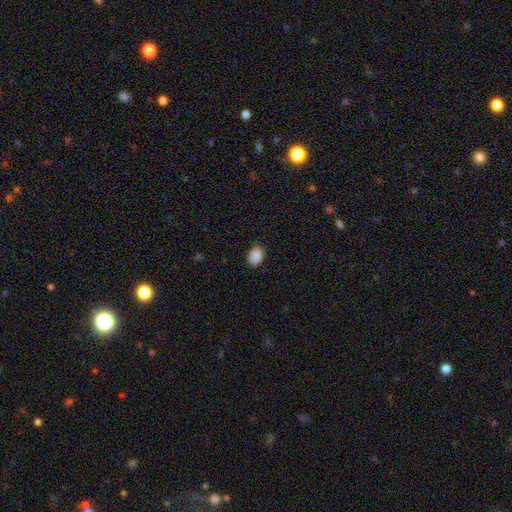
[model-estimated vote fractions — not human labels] Q: Smooth or featured?
A: smooth (89%); runner-up: star or artifact (8%)
Q: How rounded?
A: in between (75%); runner-up: round (24%)
Q: Merging?
A: none (78%); runner-up: minor disturbance (18%)